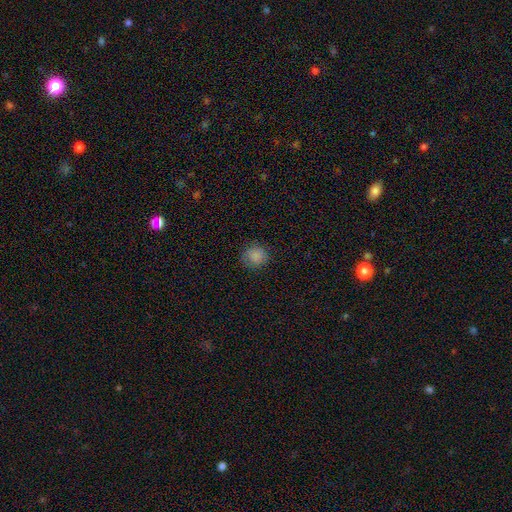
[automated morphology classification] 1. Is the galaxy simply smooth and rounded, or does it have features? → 85% smooth, 11% star or artifact, 4% featured or disk.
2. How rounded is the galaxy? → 89% round, 10% in between, 1% cigar-shaped.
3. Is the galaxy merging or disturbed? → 86% none, 10% minor disturbance, 3% major disturbance, 1% merger.